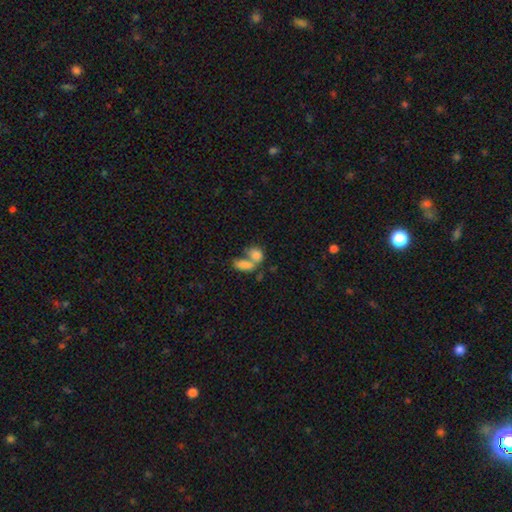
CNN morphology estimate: Smooth or featured?
  - smooth: 80% *
  - featured or disk: 11%
  - star or artifact: 9%
How rounded?
  - in between: 75% *
  - round: 22%
  - cigar-shaped: 3%
Merging?
  - merger: 63% *
  - none: 24%
  - minor disturbance: 8%
  - major disturbance: 5%